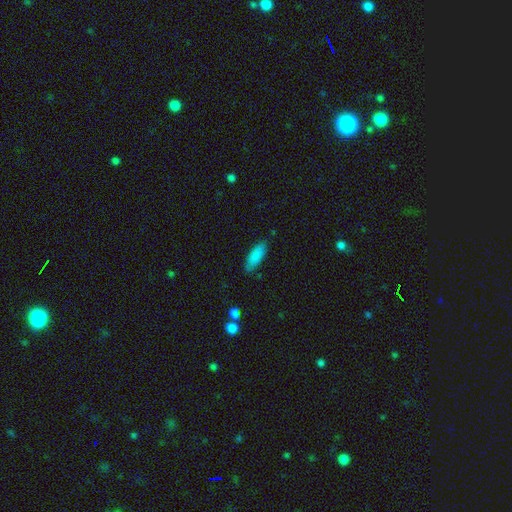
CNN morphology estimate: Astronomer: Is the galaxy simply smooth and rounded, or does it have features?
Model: smooth — 87%.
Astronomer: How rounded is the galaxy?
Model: in between — 65%.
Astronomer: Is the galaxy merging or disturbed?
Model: none — 84%.